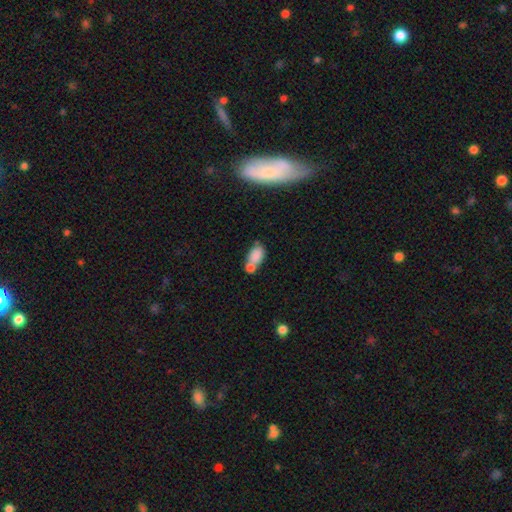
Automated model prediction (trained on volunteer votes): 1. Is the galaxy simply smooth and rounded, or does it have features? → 80% smooth, 11% featured or disk, 10% star or artifact.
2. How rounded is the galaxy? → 86% in between, 11% round, 3% cigar-shaped.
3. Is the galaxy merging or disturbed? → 49% merger, 33% none, 13% minor disturbance, 5% major disturbance.